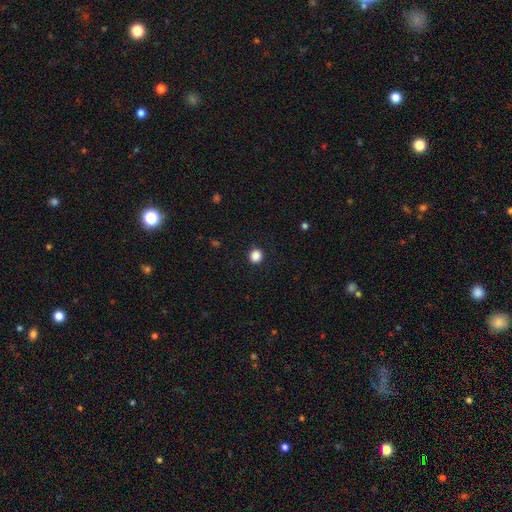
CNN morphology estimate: This is clearly a smooth galaxy (87%). How rounded: clearly round (88%). Merging: clearly none (91%).